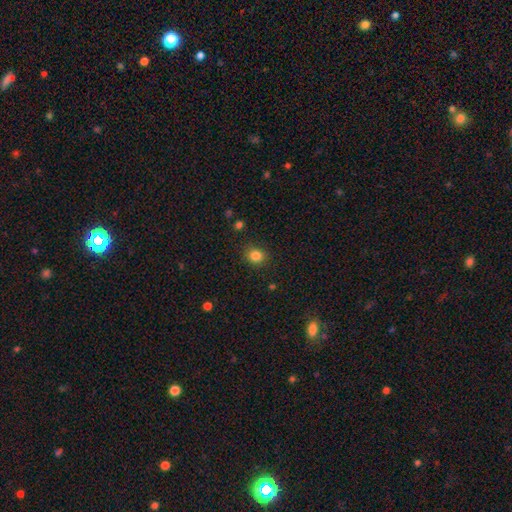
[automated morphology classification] smooth-or-featured: smooth: 83% | star or artifact: 12% | featured or disk: 5%
  how-rounded: round: 77% | in between: 23% | cigar-shaped: 1%
  merging: none: 87% | minor disturbance: 9% | major disturbance: 3% | merger: 1%